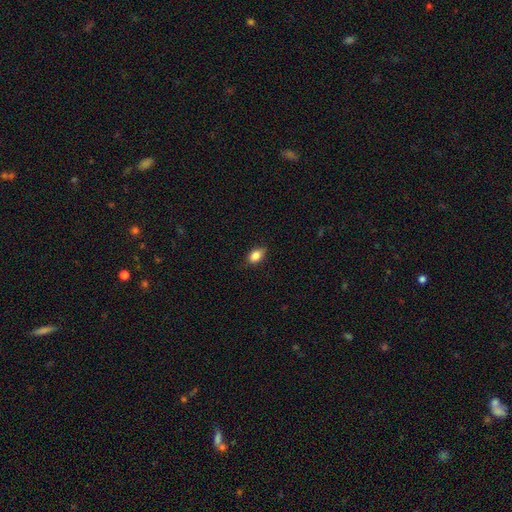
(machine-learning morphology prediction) smooth_or_featured: smooth (p=0.84) [alt: star or artifact p=0.08]
how_rounded: in between (p=0.82) [alt: round p=0.14]
merging: none (p=0.80) [alt: minor disturbance p=0.17]